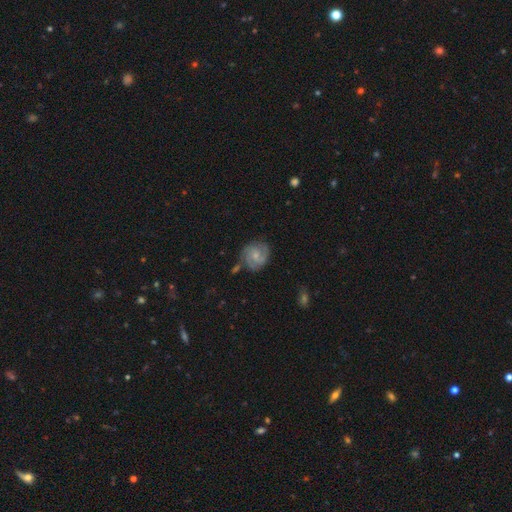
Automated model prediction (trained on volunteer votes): The model was most divided on "spiral winding": tight: 49%, medium: 40%, loose: 11%. More confident: edge-on disk — no (98%); spiral arms — yes (94%); merging — none (70%); smooth or featured — featured or disk (70%); bar — no (63%); bulge size — small (62%); spiral arm count — 2 (50%).